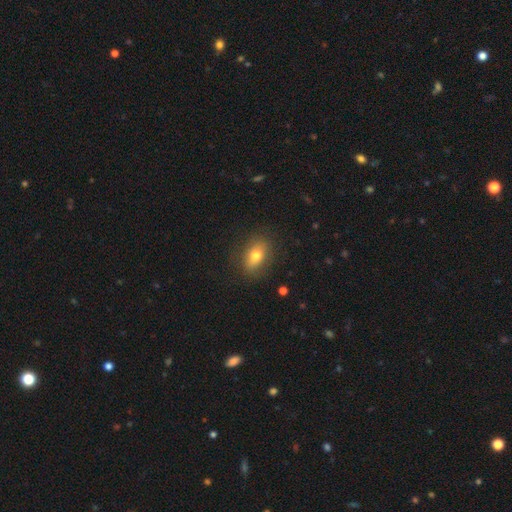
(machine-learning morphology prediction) Smooth or featured?
  - smooth: 74% *
  - featured or disk: 17%
  - star or artifact: 10%
How rounded?
  - in between: 76% *
  - round: 21%
  - cigar-shaped: 3%
Merging?
  - none: 83% *
  - minor disturbance: 12%
  - major disturbance: 4%
  - merger: 1%